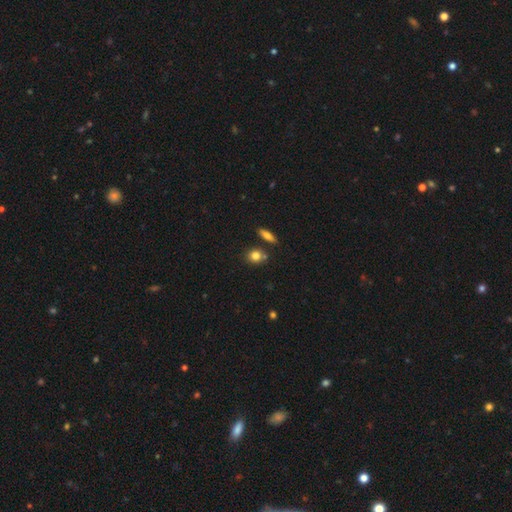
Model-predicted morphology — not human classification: This appears to be a smooth galaxy with no disk features (80%) that is round (66%). Merging: none (71%).